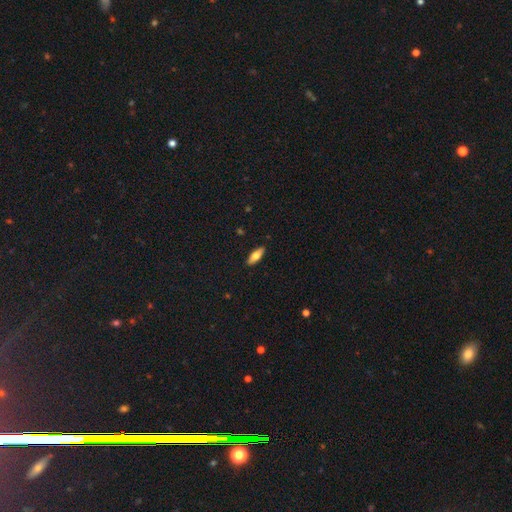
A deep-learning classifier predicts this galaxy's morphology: type=smooth (68%); roundness=in between (67%); merging=none (90%).